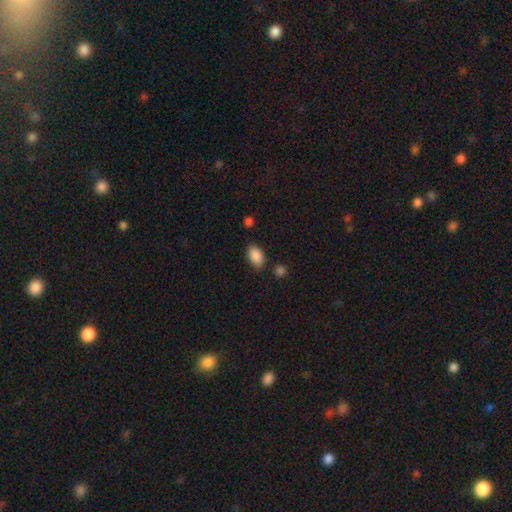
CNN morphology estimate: The model was most divided on "merging": none: 80%, minor disturbance: 13%, major disturbance: 3%, merger: 3%. More confident: how rounded — in between (91%); smooth or featured — smooth (89%).